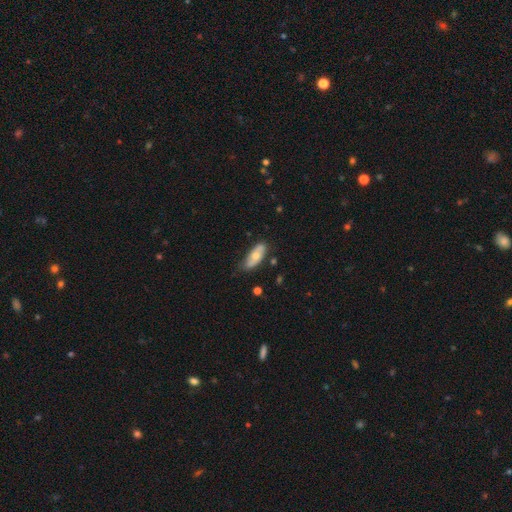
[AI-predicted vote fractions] Smooth or featured?
  - smooth: 60% *
  - featured or disk: 34%
  - star or artifact: 6%
How rounded?
  - in between: 77% *
  - cigar-shaped: 21%
  - round: 3%
Merging?
  - none: 68% *
  - minor disturbance: 25%
  - major disturbance: 4%
  - merger: 2%